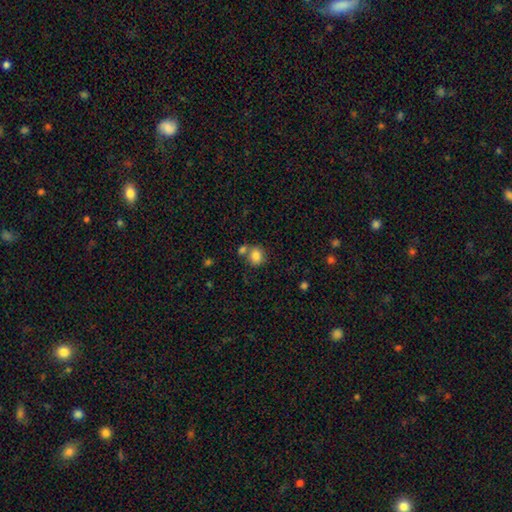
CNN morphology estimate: A smooth galaxy with no disk features (84%) that is round (69%). Merging: none (59%).